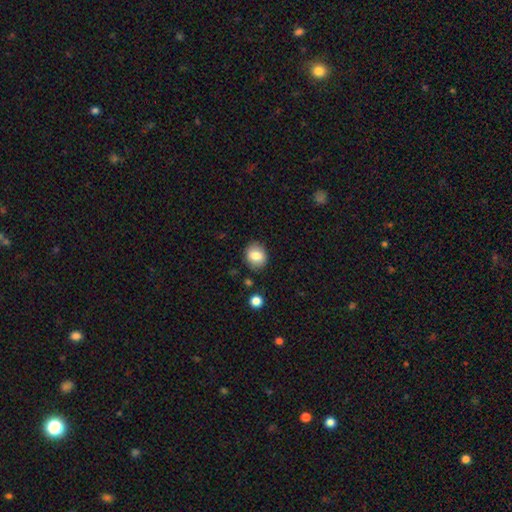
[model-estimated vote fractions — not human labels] Smooth or featured?
  - smooth: 81% *
  - featured or disk: 10%
  - star or artifact: 9%
How rounded?
  - round: 58% *
  - in between: 41%
  - cigar-shaped: 1%
Merging?
  - none: 85% *
  - minor disturbance: 10%
  - major disturbance: 3%
  - merger: 2%